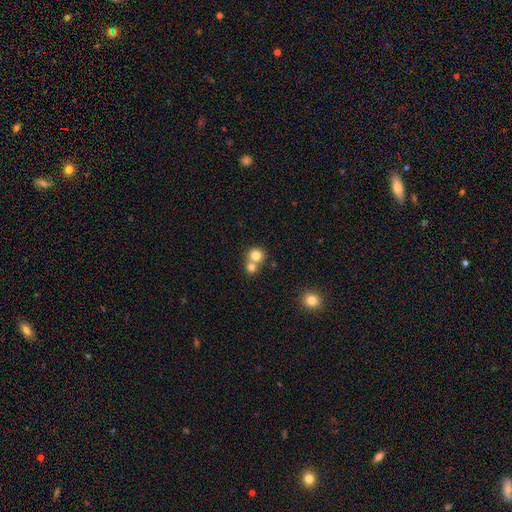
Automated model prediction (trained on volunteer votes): This appears to be a smooth galaxy with no disk features (79%) that is round (86%). Merging: merger (52%).